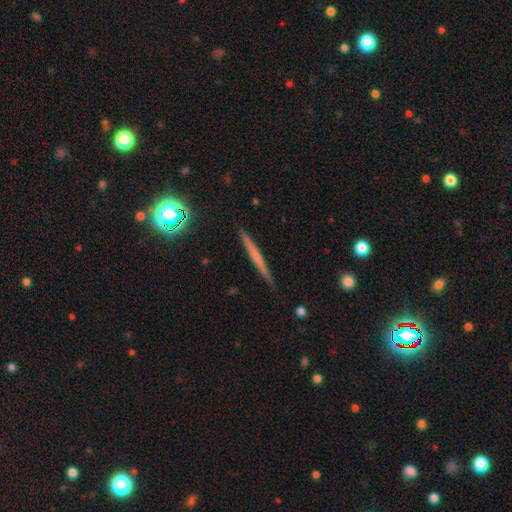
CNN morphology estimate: Q: Smooth or featured?
A: featured or disk (47%); runner-up: smooth (44%)
Q: Merging?
A: none (90%); runner-up: minor disturbance (7%)